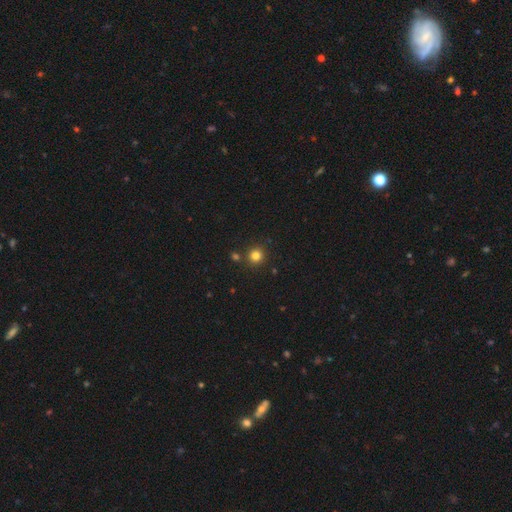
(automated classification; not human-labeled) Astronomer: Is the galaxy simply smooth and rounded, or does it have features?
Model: smooth — 81%.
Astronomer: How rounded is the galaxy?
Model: round — 93%.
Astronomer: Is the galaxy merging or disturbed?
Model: none — 85%.